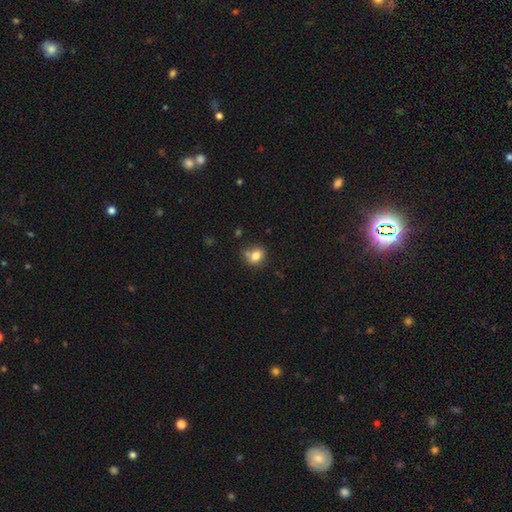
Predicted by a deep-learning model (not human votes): Smooth or featured? Predicted: smooth (p=0.80). How rounded? Predicted: round (p=0.54). Merging? Predicted: none (p=0.59).